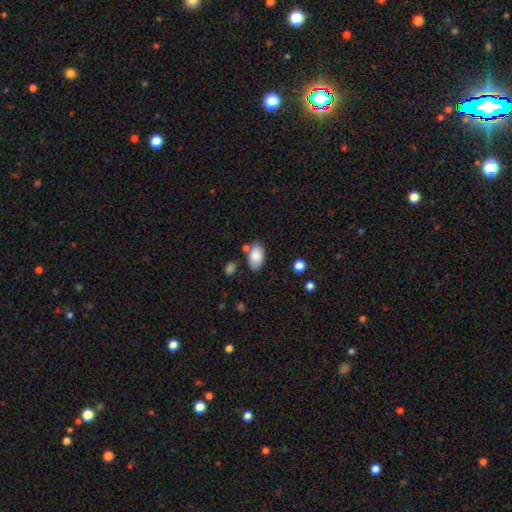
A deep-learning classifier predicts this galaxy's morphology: This appears to be a smooth galaxy with no disk features (87%) that is in between round and cigar-shaped (94%). Merging: none (71%).